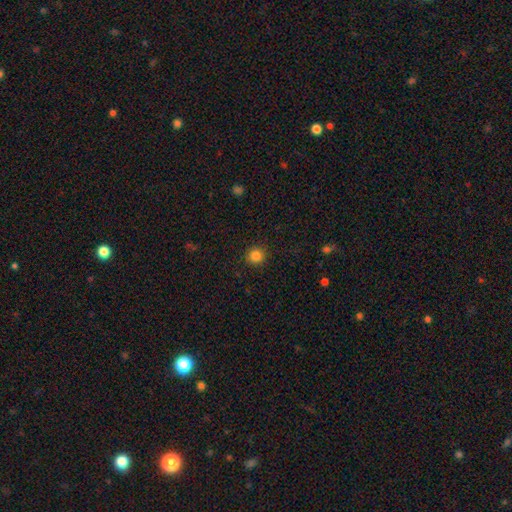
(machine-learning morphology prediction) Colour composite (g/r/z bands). It shows a smooth galaxy with no disk features (84%) that is round (93%). Merging: none (91%).